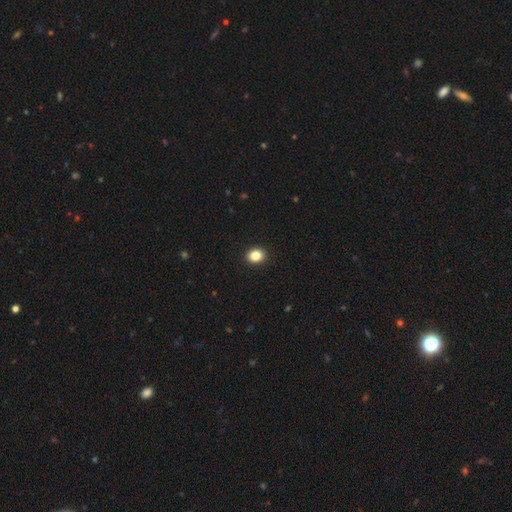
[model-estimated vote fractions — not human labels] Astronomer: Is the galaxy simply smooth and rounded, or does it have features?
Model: smooth — 85%.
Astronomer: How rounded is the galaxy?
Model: round — 58% (runner-up: in between, 41%).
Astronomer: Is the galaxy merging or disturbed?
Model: none — 93%.